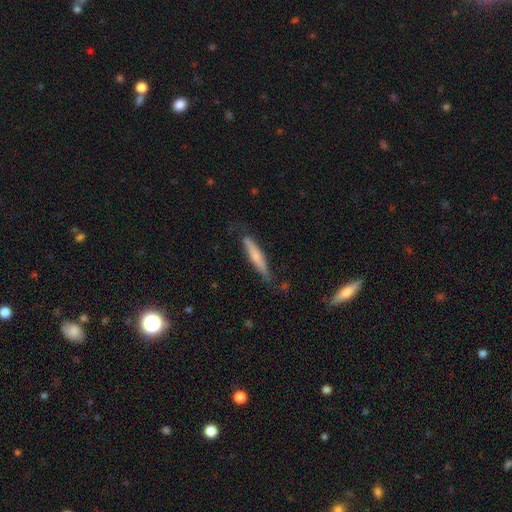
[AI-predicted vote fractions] A smooth galaxy with no disk features (57%) that is cigar-shaped (91%). Merging: none (72%).